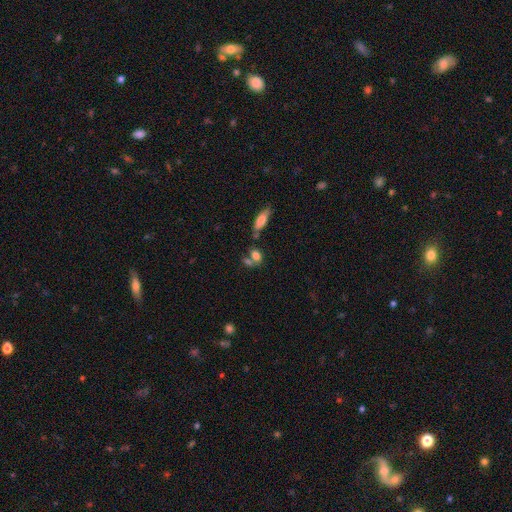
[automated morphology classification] Overall: smooth (76%). How rounded: in between (65%; round 28%). Merging: none (46%; merger 34%).